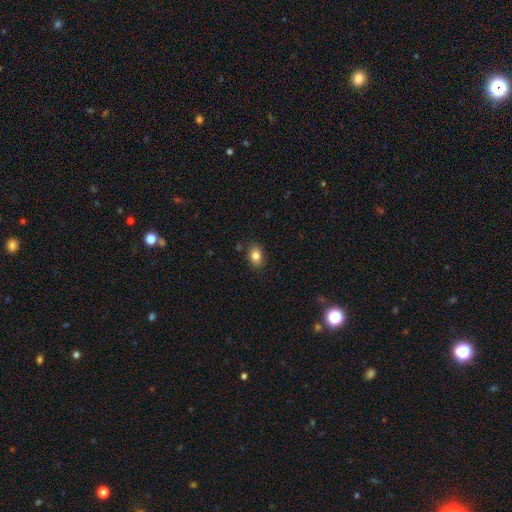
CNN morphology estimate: smooth-or-featured: smooth: 82% | star or artifact: 9% | featured or disk: 8%
  how-rounded: in between: 77% | round: 21% | cigar-shaped: 1%
  merging: none: 84% | minor disturbance: 12% | major disturbance: 2% | merger: 2%